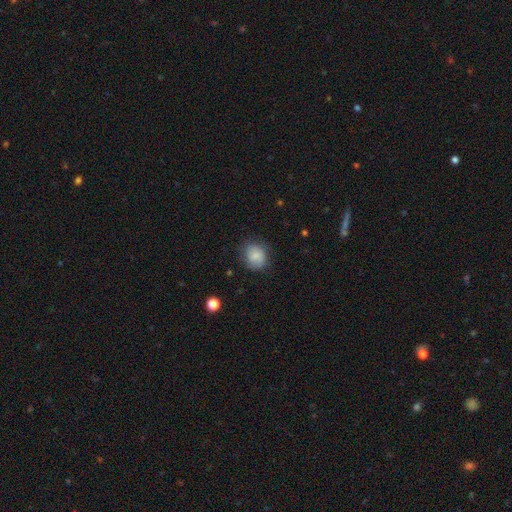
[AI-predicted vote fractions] Smooth or featured? smooth (81%)
How rounded? round (67%)
Merging? none (72%)